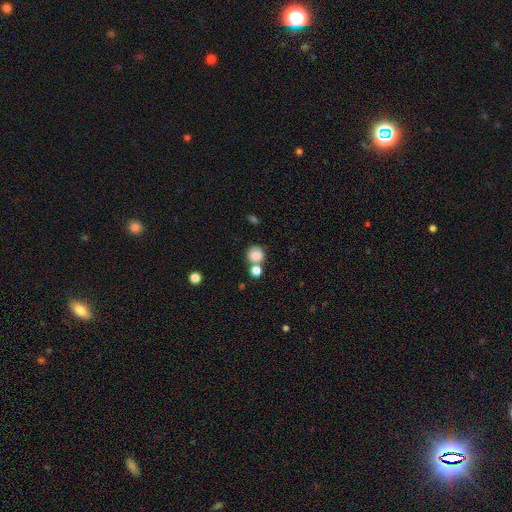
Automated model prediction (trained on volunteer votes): A smooth galaxy with no disk features (84%) that is round (88%).

Vote fractions:
- Smooth or featured? smooth: 84% / star or artifact: 10% / featured or disk: 6%
- How rounded? round: 88% / in between: 11% / cigar-shaped: 1%
- Merging? none: 57% / merger: 29% / minor disturbance: 10% / major disturbance: 4%